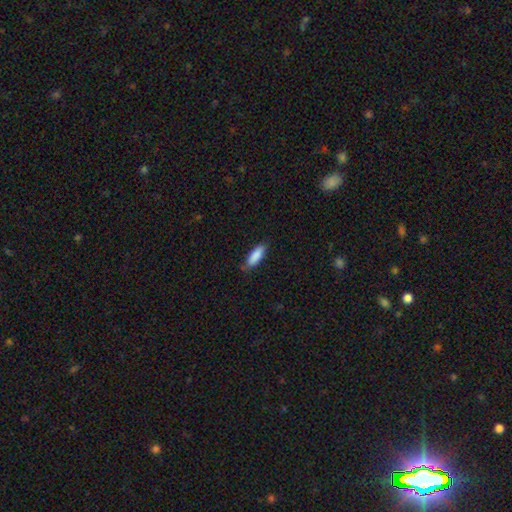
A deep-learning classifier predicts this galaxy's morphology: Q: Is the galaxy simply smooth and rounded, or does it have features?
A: smooth — 87%.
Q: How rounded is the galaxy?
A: in between — 64%.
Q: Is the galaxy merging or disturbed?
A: none — 76%.